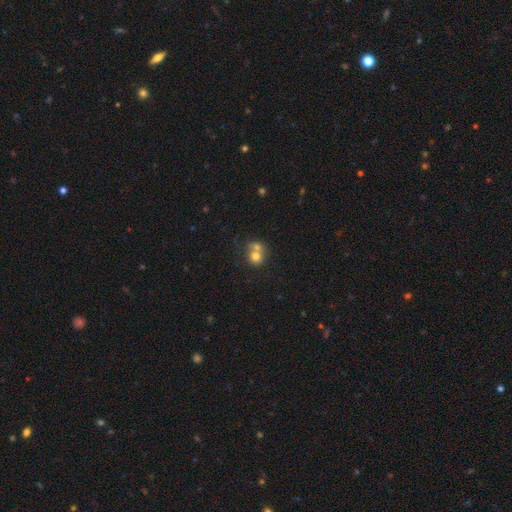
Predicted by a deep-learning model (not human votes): This is likely a smooth galaxy (69%). How rounded: likely round (74%). Merging: likely merger (61%).